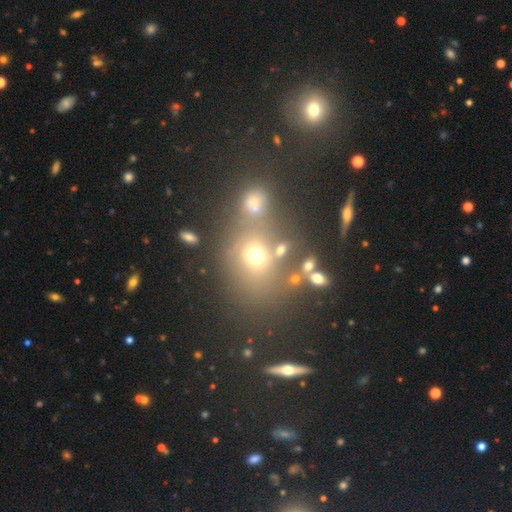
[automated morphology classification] The model was most divided on "merging": none: 51%, merger: 31%, minor disturbance: 11%, major disturbance: 7%. More confident: how rounded — round (66%); smooth or featured — smooth (62%).